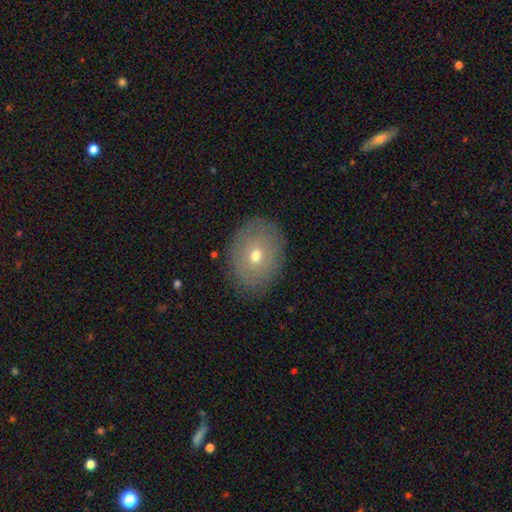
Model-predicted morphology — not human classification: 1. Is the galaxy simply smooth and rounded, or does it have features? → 62% smooth, 28% featured or disk, 10% star or artifact.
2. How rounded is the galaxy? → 57% in between, 42% round, 1% cigar-shaped.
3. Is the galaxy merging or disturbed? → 85% none, 11% minor disturbance, 4% major disturbance, 1% merger.